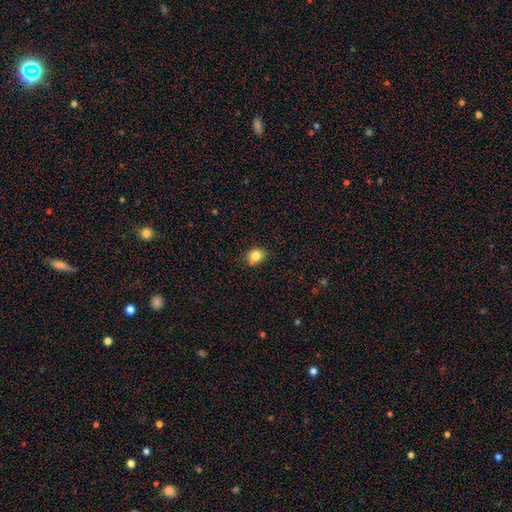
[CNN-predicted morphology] smooth_or_featured: smooth (p=0.81) [alt: star or artifact p=0.11]
how_rounded: round (p=0.56) [alt: in between p=0.43]
merging: none (p=0.68) [alt: minor disturbance p=0.21]